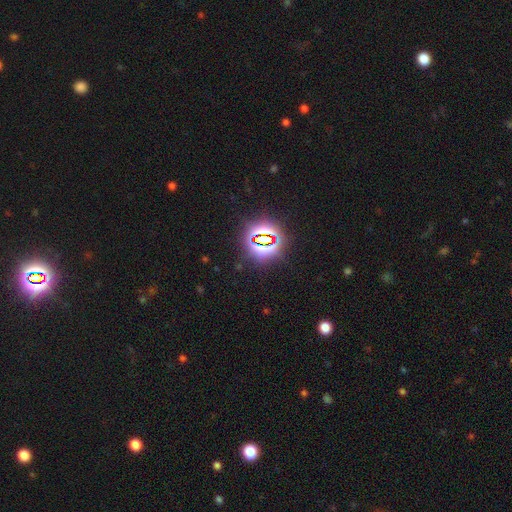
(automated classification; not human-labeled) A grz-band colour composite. It shows a star or artifact, not a galaxy (82%).